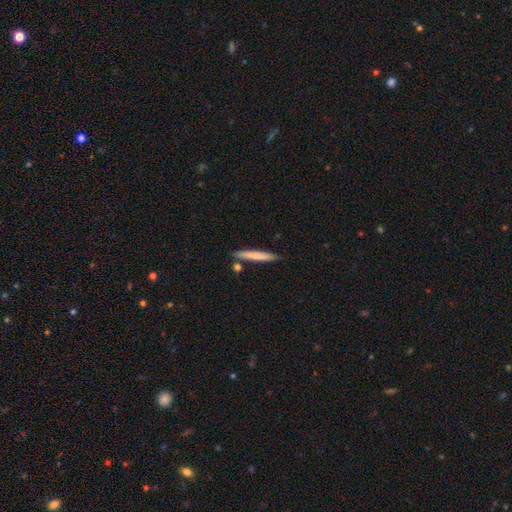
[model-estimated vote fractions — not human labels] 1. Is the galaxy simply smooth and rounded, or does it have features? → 72% smooth, 22% featured or disk, 5% star or artifact.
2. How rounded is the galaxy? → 95% cigar-shaped, 3% in between, 1% round.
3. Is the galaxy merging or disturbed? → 84% none, 9% minor disturbance, 5% merger, 2% major disturbance.